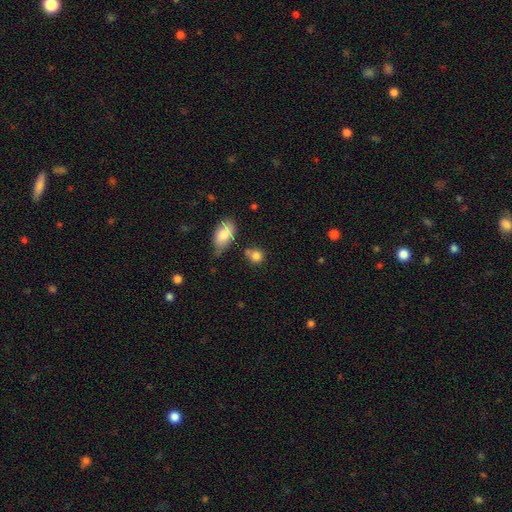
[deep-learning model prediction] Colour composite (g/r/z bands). It shows a smooth galaxy with no disk features (82%) that is round (73%). Merging: none (59%).